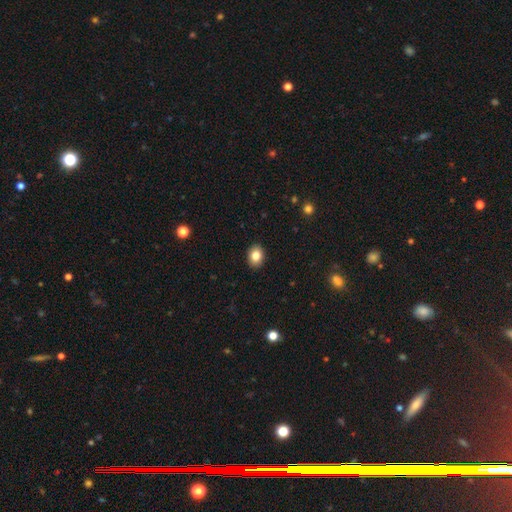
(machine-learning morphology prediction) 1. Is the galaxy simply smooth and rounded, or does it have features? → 83% smooth, 9% star or artifact, 8% featured or disk.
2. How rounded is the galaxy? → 66% in between, 33% round, 1% cigar-shaped.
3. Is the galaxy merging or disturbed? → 91% none, 7% minor disturbance, 2% major disturbance, 1% merger.